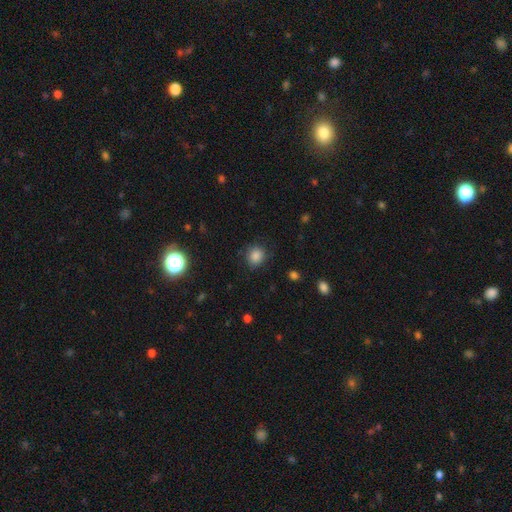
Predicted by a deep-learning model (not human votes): smooth_or_featured: smooth (p=0.85) [alt: star or artifact p=0.11]
how_rounded: round (p=0.81) [alt: in between p=0.18]
merging: none (p=0.83) [alt: minor disturbance p=0.12]